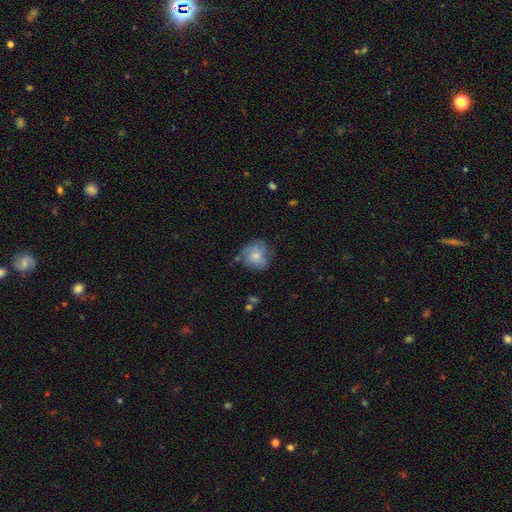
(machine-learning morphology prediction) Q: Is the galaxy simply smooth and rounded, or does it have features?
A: smooth — 52%.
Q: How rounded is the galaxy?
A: round — 72%.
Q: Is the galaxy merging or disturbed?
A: none — 56%.